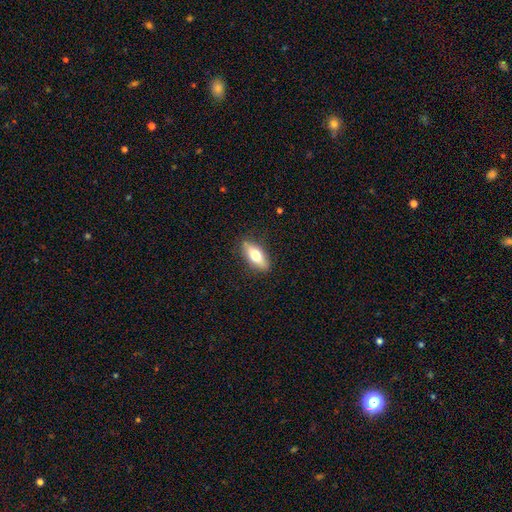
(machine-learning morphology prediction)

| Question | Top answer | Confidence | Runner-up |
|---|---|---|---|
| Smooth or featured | smooth | 67% | featured or disk (27%) |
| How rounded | in between | 75% | cigar-shaped (22%) |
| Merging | none | 84% | minor disturbance (12%) |